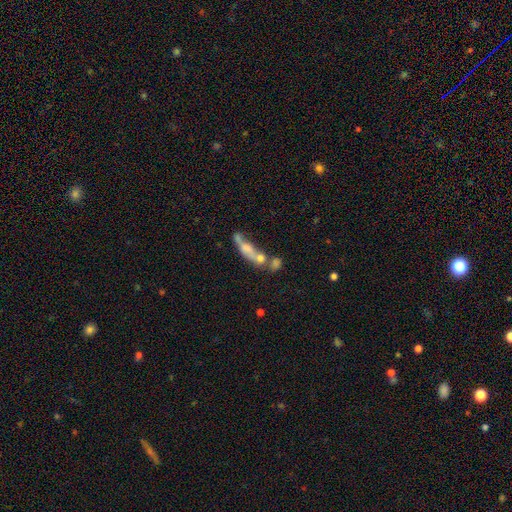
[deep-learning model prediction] Morphology: type=featured or disk (45%); merging=merger (53%).